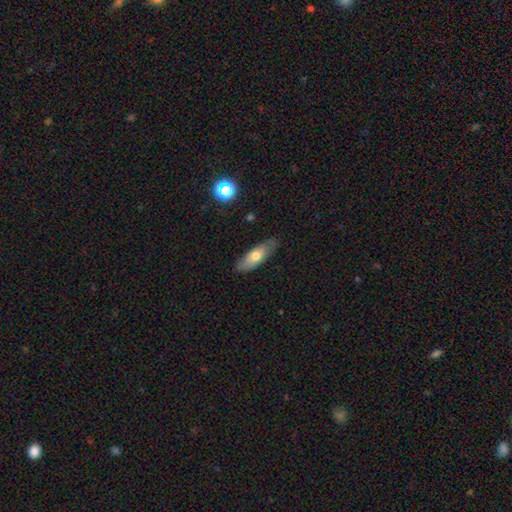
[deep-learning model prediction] Smooth or featured? smooth (62%)
How rounded? in between (67%)
Merging? none (80%)